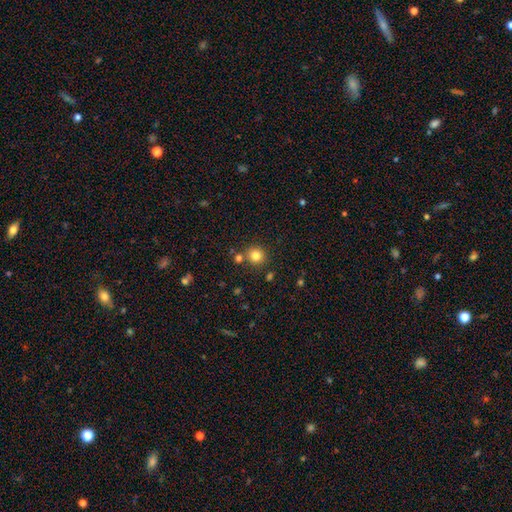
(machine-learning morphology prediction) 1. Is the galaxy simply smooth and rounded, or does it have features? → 81% smooth, 13% star or artifact, 6% featured or disk.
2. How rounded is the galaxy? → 90% round, 9% in between, 1% cigar-shaped.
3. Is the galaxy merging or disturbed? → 80% none, 10% merger, 8% minor disturbance, 3% major disturbance.